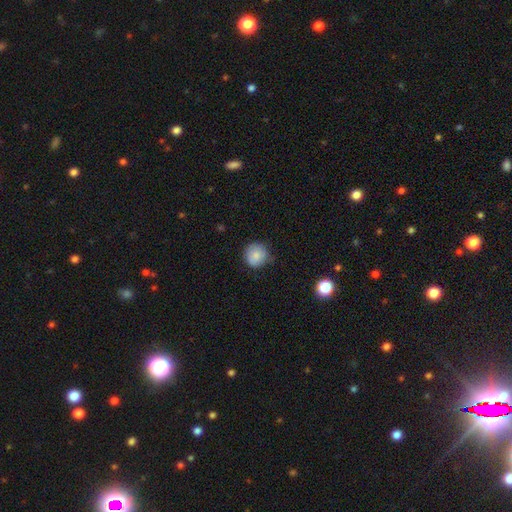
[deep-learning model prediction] smooth-or-featured: smooth: 82% | featured or disk: 9% | star or artifact: 8%
  how-rounded: round: 92% | in between: 7% | cigar-shaped: 1%
  merging: none: 73% | minor disturbance: 22% | major disturbance: 4% | merger: 1%